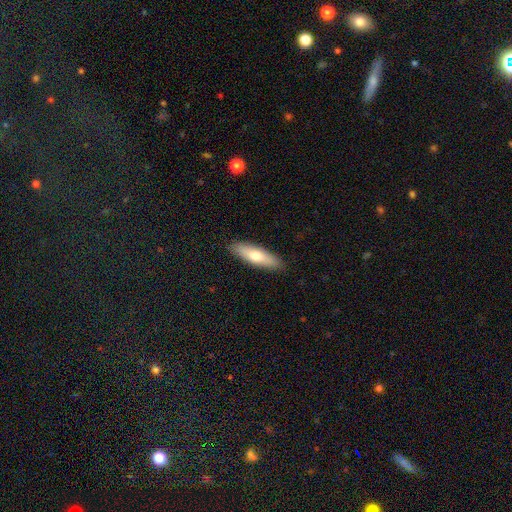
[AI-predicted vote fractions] A smooth galaxy with no disk features (66%) that is cigar-shaped (58%).

Vote fractions:
- Smooth or featured? smooth: 66% / featured or disk: 28% / star or artifact: 6%
- How rounded? cigar-shaped: 58% / in between: 40% / round: 2%
- Merging? none: 89% / minor disturbance: 8% / major disturbance: 2% / merger: 1%